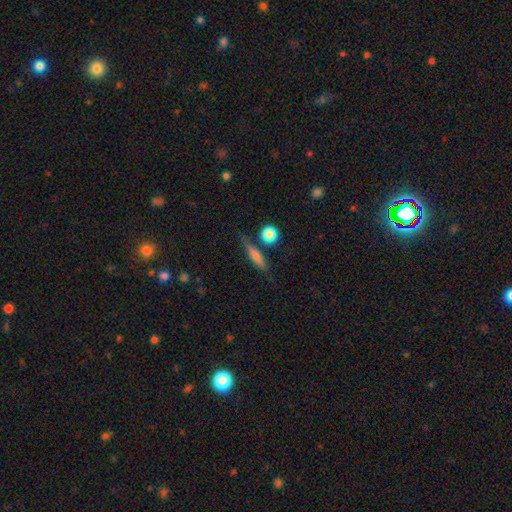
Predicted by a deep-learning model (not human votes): smooth-or-featured: smooth: 49% | featured or disk: 41% | star or artifact: 10%
  merging: none: 76% | minor disturbance: 14% | merger: 6% | major disturbance: 4%